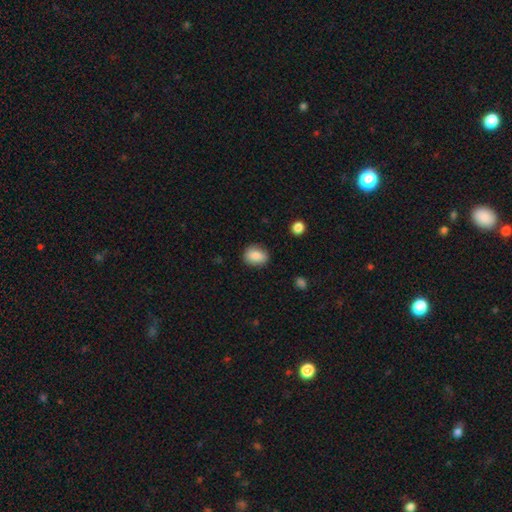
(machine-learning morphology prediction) Smooth or featured? smooth (85%)
How rounded? in between (53%)
Merging? none (84%)